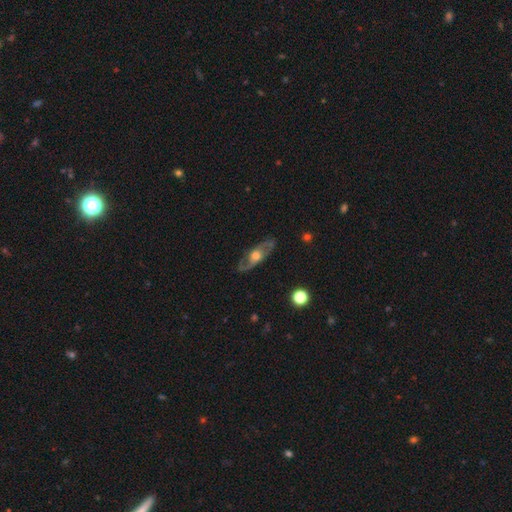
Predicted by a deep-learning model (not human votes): Q: Smooth or featured?
A: featured or disk (71%); runner-up: smooth (23%)
Q: Edge-on disk?
A: no (73%); runner-up: yes (27%)
Q: Bar?
A: no (75%); runner-up: weak (20%)
Q: Spiral arms?
A: yes (69%); runner-up: no (31%)
Q: Bulge size?
A: moderate (57%); runner-up: large (31%)
Q: Merging?
A: none (79%); runner-up: minor disturbance (14%)